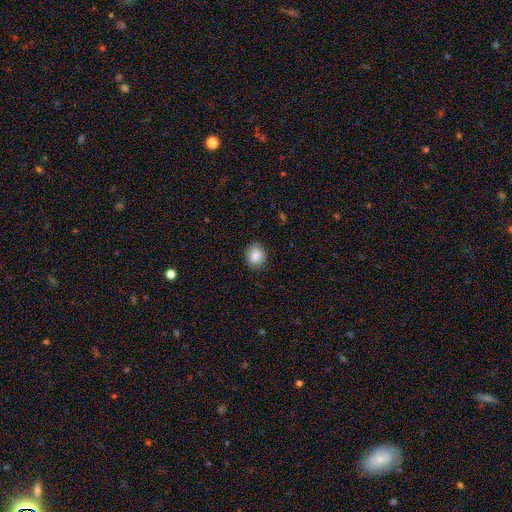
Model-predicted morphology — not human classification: A smooth galaxy with no disk features (88%) that is round (62%).

Vote fractions:
- Smooth or featured? smooth: 88% / star or artifact: 8% / featured or disk: 4%
- How rounded? round: 62% / in between: 37% / cigar-shaped: 1%
- Merging? none: 86% / minor disturbance: 11% / major disturbance: 3% / merger: 1%